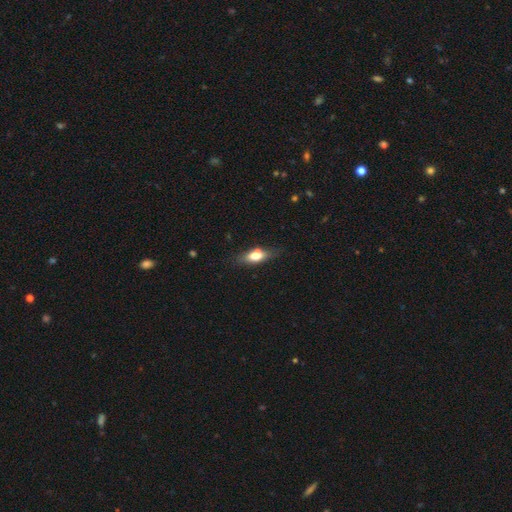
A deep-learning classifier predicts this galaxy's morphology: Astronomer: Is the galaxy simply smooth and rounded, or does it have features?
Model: smooth — 66%.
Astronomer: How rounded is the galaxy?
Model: in between — 69%.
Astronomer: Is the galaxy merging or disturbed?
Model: none — 67%.